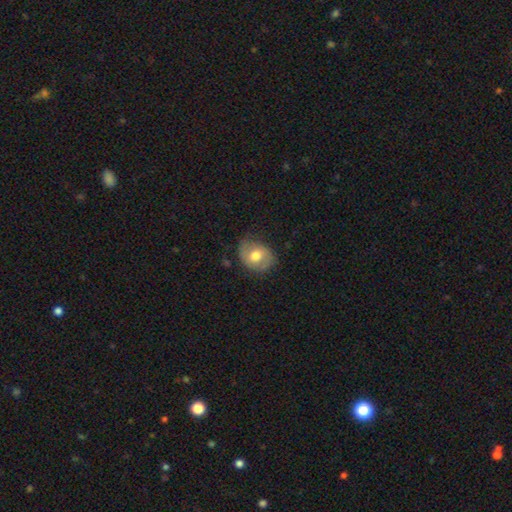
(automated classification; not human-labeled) A smooth galaxy with no disk features (57%) that is round (50%).

Vote fractions:
- Smooth or featured? smooth: 57% / featured or disk: 36% / star or artifact: 7%
- How rounded? round: 50% / in between: 49% / cigar-shaped: 1%
- Merging? none: 66% / minor disturbance: 25% / major disturbance: 7% / merger: 1%